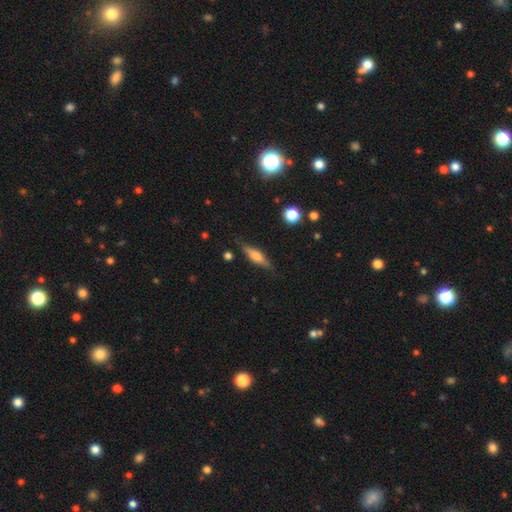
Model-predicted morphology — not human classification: Overall: smooth (48%; featured or disk 45%). Merging: none (83%).